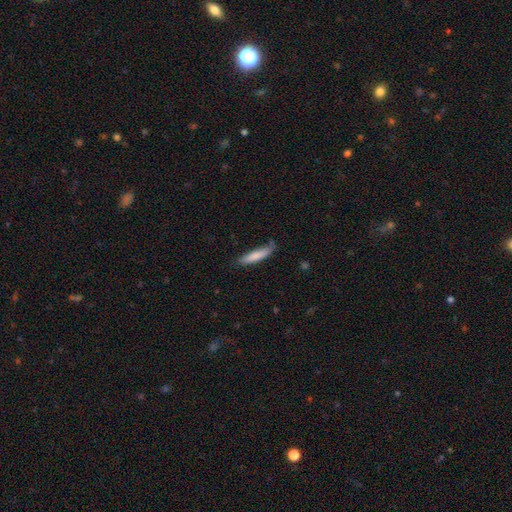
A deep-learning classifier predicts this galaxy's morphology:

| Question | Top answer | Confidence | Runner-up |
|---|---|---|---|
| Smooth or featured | smooth | 80% | featured or disk (14%) |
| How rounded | cigar-shaped | 81% | in between (18%) |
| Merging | none | 72% | minor disturbance (22%) |